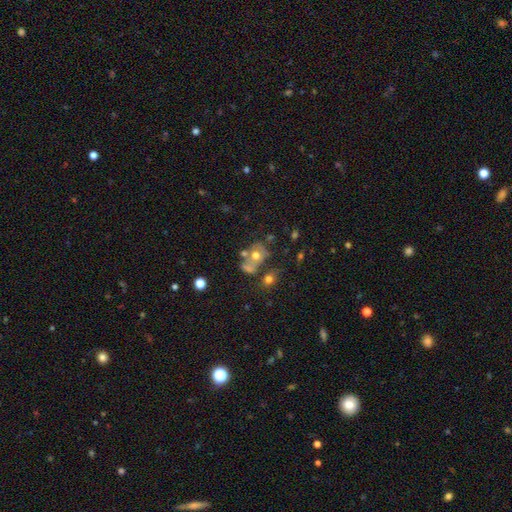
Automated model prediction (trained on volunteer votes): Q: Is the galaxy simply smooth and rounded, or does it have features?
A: smooth — 51%.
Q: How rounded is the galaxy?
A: in between — 52%.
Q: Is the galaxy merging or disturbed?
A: merger — 36%.